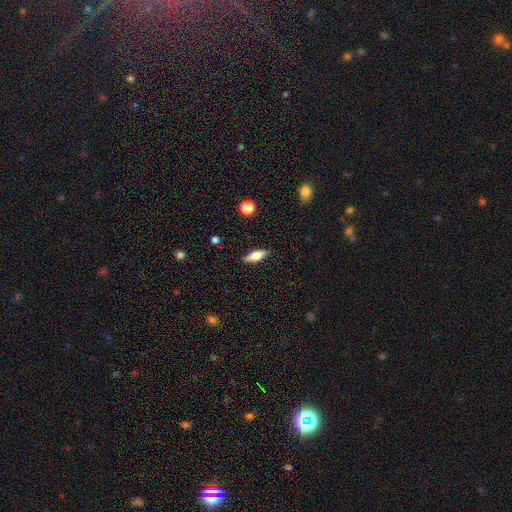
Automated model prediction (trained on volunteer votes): A smooth galaxy with no disk features (60%) that is in between round and cigar-shaped (64%). Merging: none (87%).